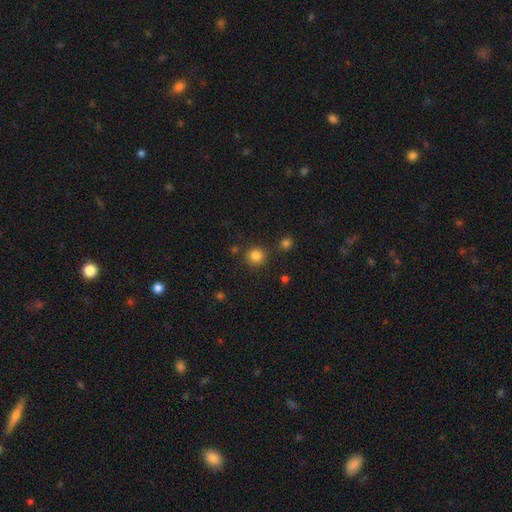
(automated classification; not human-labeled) This is clearly a smooth galaxy (84%). How rounded: clearly round (93%). Merging: clearly none (84%).